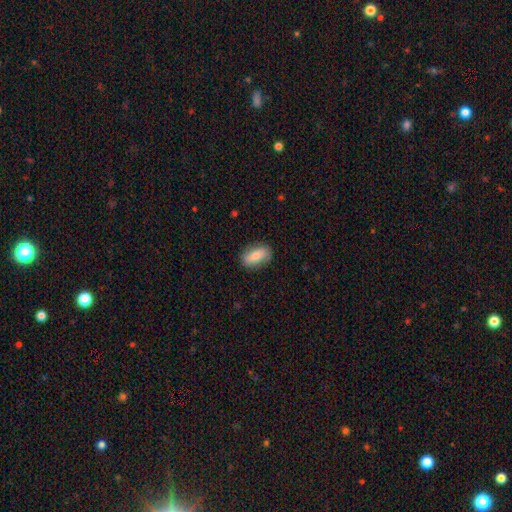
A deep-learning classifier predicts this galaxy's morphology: A smooth galaxy with no disk features (70%) that is in between round and cigar-shaped (87%). Merging: none (83%).